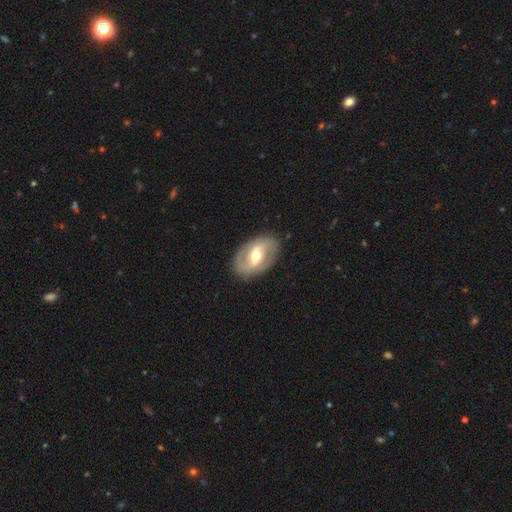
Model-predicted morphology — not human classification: This is likely a featured or disk galaxy (74%). It is clearly not viewed edge-on (94%). Bar: marginally weak (44%). Spiral arm pattern: likely yes (73%). Spiral arm count: clearly 2 (87%). Spiral winding: marginally medium (42%). Central bulge: likely moderate (72%). Merging: clearly none (85%).